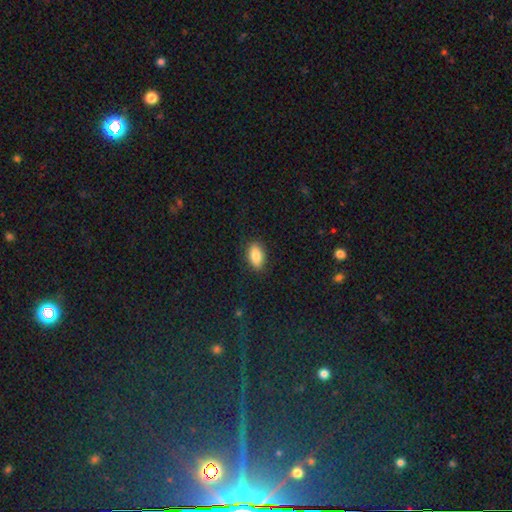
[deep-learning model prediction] A smooth galaxy with no disk features (85%) that is in between round and cigar-shaped (89%). Merging: none (87%).